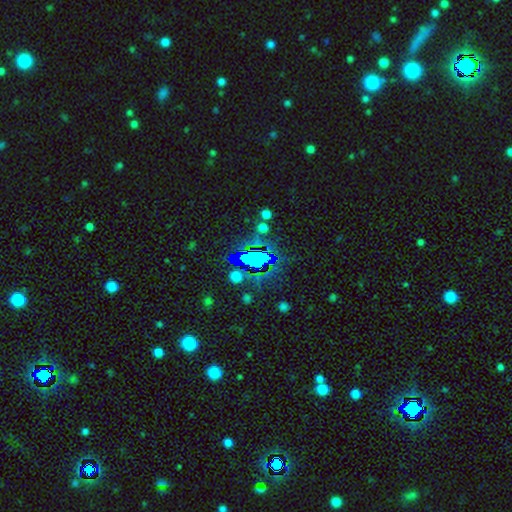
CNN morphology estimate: Overall: star or artifact (61%; smooth 26%).